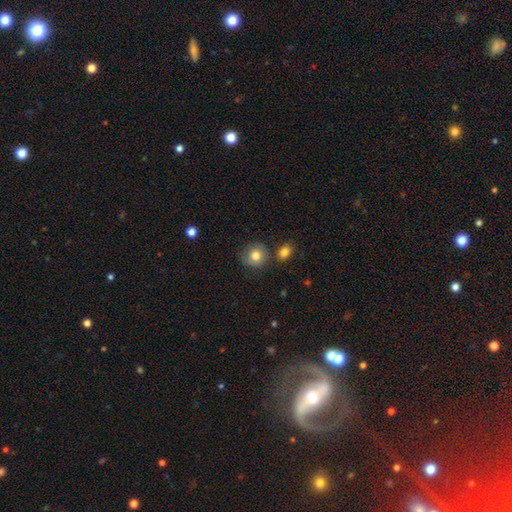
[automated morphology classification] Q: Smooth or featured?
A: smooth (81%); runner-up: featured or disk (10%)
Q: How rounded?
A: round (86%); runner-up: in between (13%)
Q: Merging?
A: none (75%); runner-up: minor disturbance (14%)